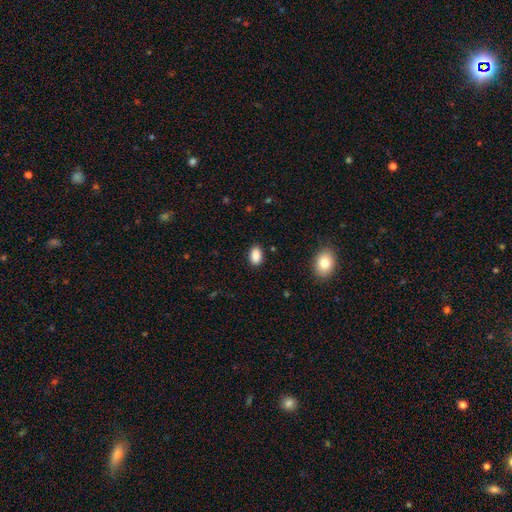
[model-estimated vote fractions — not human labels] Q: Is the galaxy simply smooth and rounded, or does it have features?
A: smooth — 88%.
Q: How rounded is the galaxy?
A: in between — 88%.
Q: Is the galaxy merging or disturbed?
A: none — 87%.